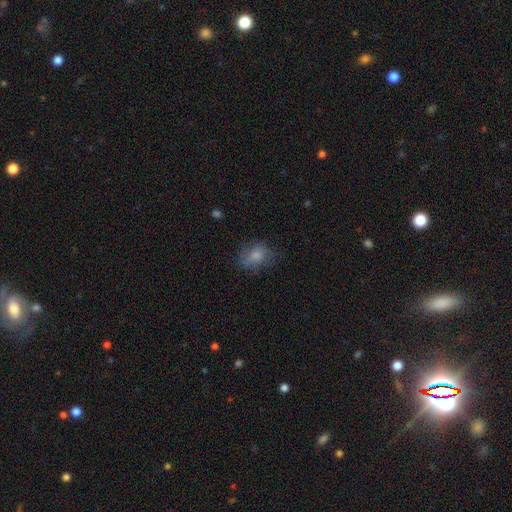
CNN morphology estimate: This appears to be a smooth galaxy with no disk features (75%) that is in between round and cigar-shaped (51%). Merging: none (62%).